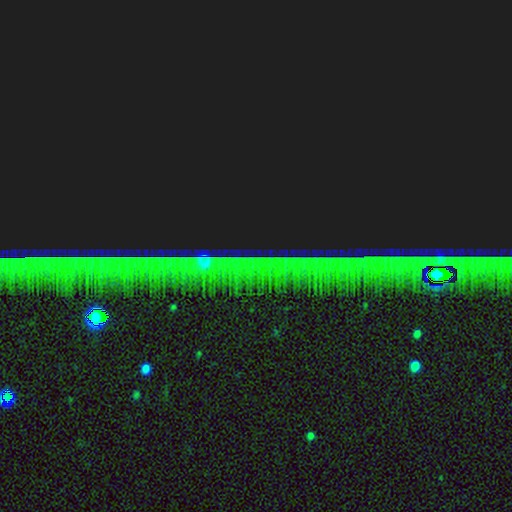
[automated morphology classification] smooth_or_featured: star or artifact (p=0.82) [alt: featured or disk p=0.10]